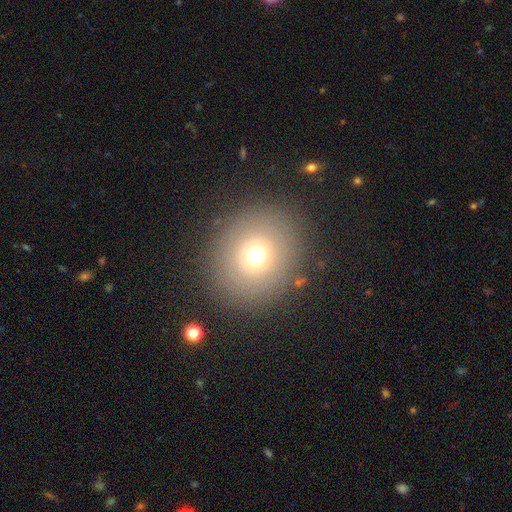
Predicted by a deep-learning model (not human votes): Overall: smooth (68%). How rounded: round (86%). Merging: none (87%).